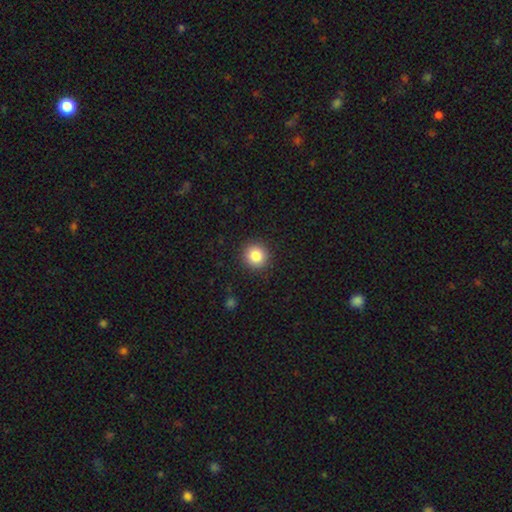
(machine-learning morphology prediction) This is clearly a smooth galaxy (84%). How rounded: clearly round (92%). Merging: clearly none (91%).